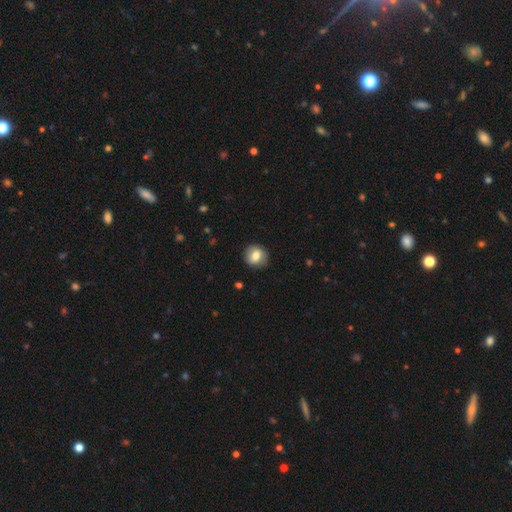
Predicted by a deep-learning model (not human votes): smooth-or-featured: smooth: 78% | featured or disk: 14% | star or artifact: 8%
  how-rounded: round: 78% | in between: 21% | cigar-shaped: 1%
  merging: none: 82% | minor disturbance: 13% | major disturbance: 3% | merger: 1%